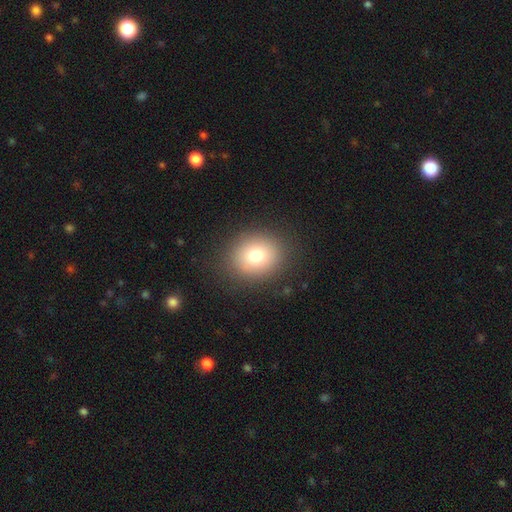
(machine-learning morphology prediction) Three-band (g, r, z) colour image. It shows a smooth galaxy with no disk features (75%) that is round (76%). Merging: none (88%).